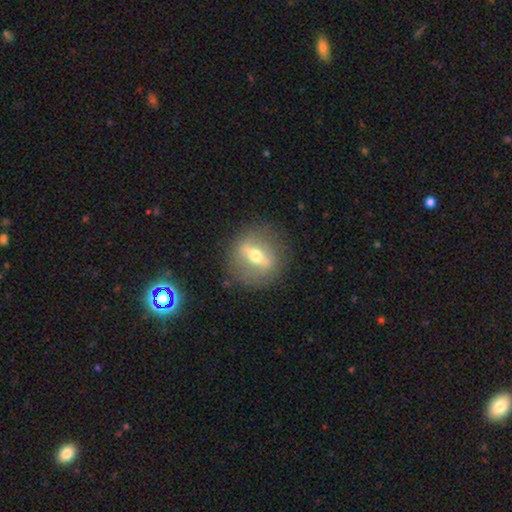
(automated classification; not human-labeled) A featured or disk galaxy (71%).

Vote fractions:
- Smooth or featured? featured or disk: 71% / smooth: 20% / star or artifact: 9%
- Edge-on disk? no: 51% / yes: 49%
- Merging? none: 85% / minor disturbance: 9% / major disturbance: 4% / merger: 2%